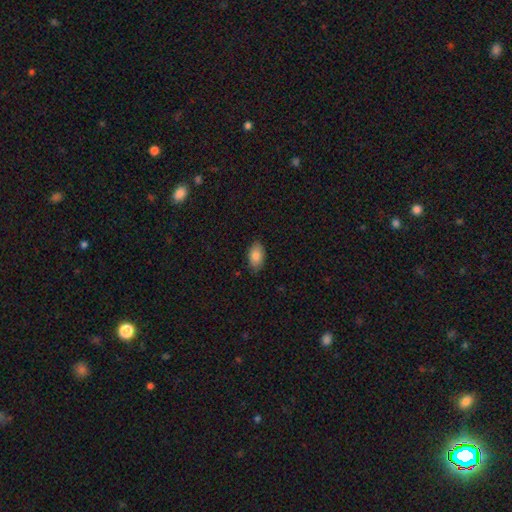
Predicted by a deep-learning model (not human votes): A smooth galaxy with no disk features (84%) that is in between round and cigar-shaped (93%). Merging: none (84%).